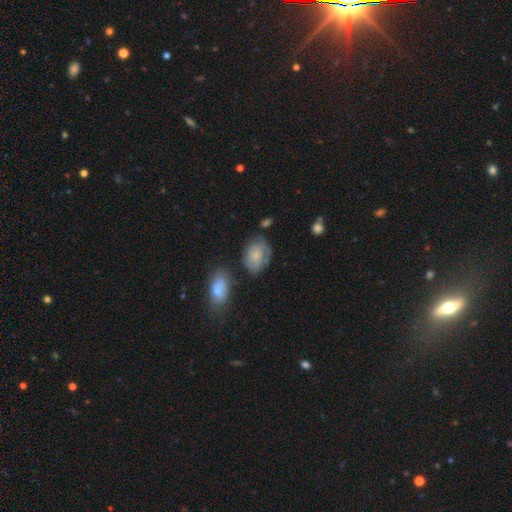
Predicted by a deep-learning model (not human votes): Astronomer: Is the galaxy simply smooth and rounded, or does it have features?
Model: smooth — 60%.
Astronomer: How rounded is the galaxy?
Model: in between — 74%.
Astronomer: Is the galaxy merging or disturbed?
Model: none — 54%.